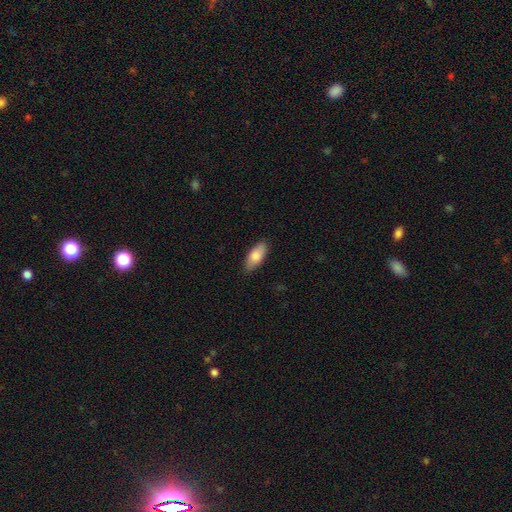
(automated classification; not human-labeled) Smooth or featured: smooth — 82% (featured or disk — 13%)
How rounded: in between — 83% (cigar-shaped — 15%)
Merging: none — 87% (minor disturbance — 10%)